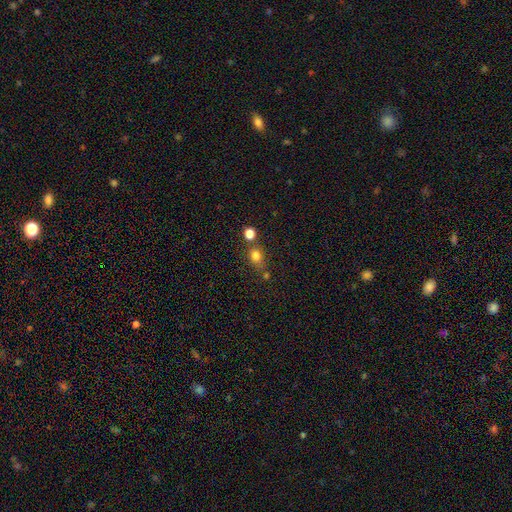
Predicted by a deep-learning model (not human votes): A smooth galaxy with no disk features (78%) that is round (64%). Merging: none (62%).